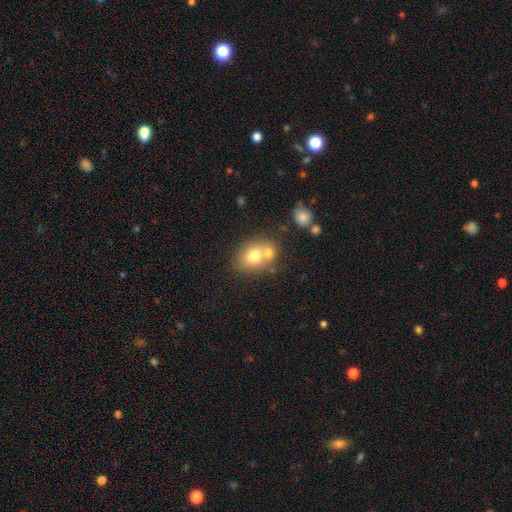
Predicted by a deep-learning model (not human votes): A smooth galaxy with no disk features (72%) that is round (50%).

Vote fractions:
- Smooth or featured? smooth: 72% / featured or disk: 18% / star or artifact: 10%
- How rounded? round: 50% / in between: 49% / cigar-shaped: 1%
- Merging? none: 44% / merger: 42% / minor disturbance: 10% / major disturbance: 3%